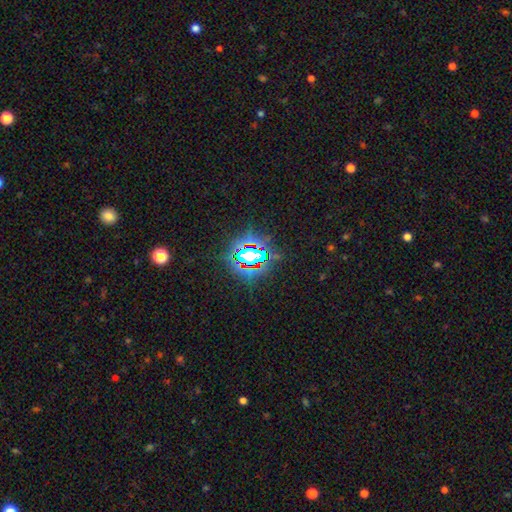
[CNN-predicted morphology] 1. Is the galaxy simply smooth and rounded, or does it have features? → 82% star or artifact, 11% smooth, 7% featured or disk.